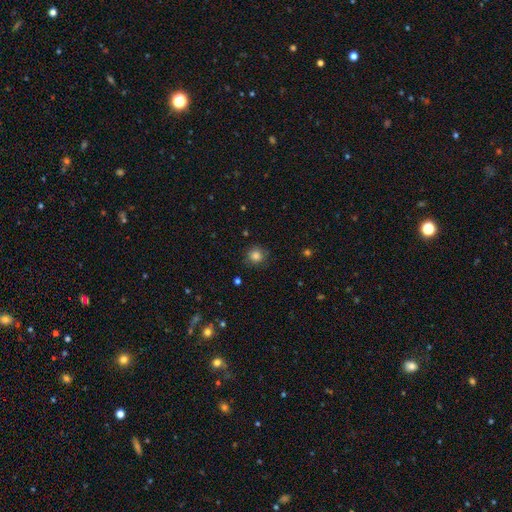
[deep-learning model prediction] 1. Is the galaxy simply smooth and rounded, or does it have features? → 83% smooth, 12% star or artifact, 5% featured or disk.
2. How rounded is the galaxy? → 89% round, 10% in between, 1% cigar-shaped.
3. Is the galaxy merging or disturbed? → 84% none, 12% minor disturbance, 3% major disturbance, 1% merger.